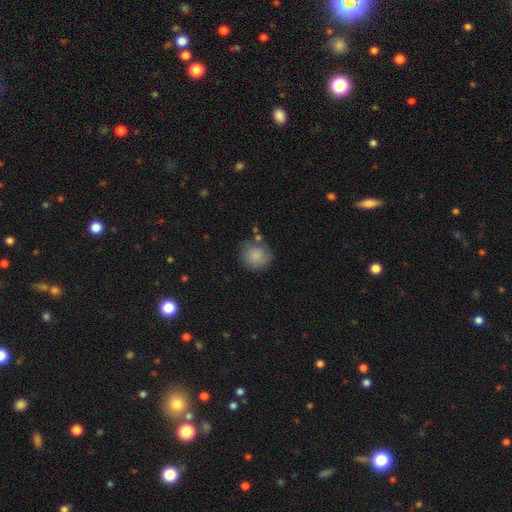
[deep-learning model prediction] Smooth or featured? Predicted: smooth (p=0.84). How rounded? Predicted: round (p=0.88). Merging? Predicted: none (p=0.72).